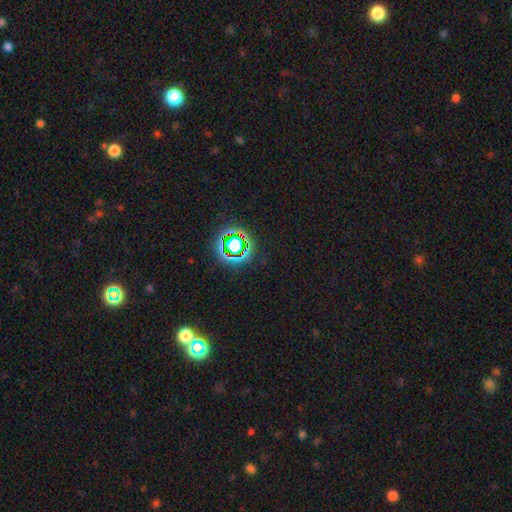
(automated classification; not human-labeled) smooth_or_featured: star or artifact (p=0.75) [alt: smooth p=0.17]